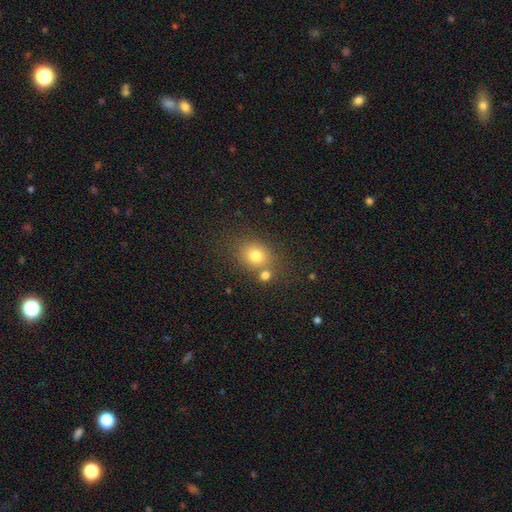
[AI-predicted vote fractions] Smooth or featured: smooth — 78% (star or artifact — 13%)
How rounded: round — 62% (in between — 37%)
Merging: none — 65% (merger — 19%)